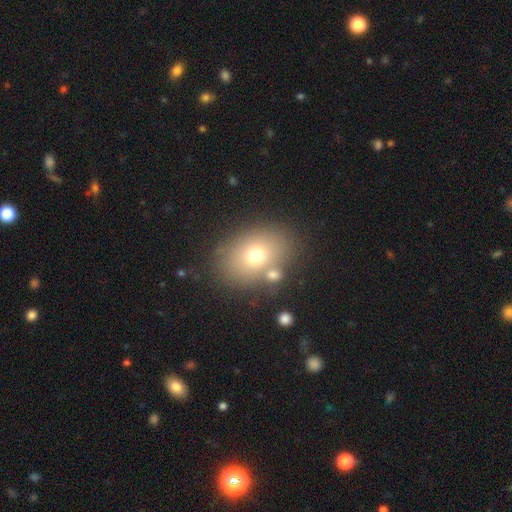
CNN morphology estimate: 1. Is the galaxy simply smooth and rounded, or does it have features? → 69% smooth, 18% featured or disk, 13% star or artifact.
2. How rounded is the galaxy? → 65% in between, 34% round, 1% cigar-shaped.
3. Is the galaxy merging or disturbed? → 72% none, 12% minor disturbance, 11% merger, 4% major disturbance.